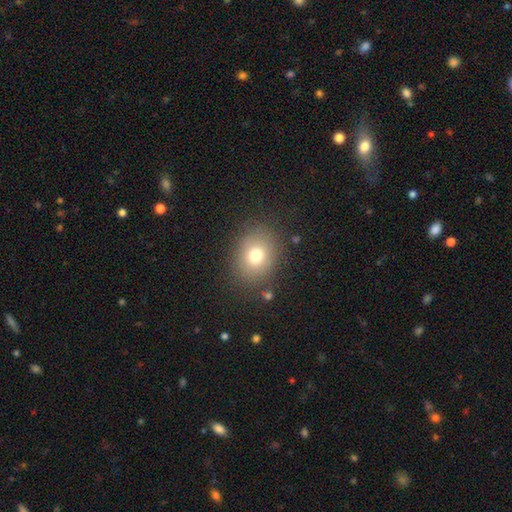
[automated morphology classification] smooth-or-featured: smooth: 75% | star or artifact: 13% | featured or disk: 12%
  how-rounded: round: 57% | in between: 42% | cigar-shaped: 1%
  merging: none: 83% | minor disturbance: 10% | major disturbance: 5% | merger: 2%